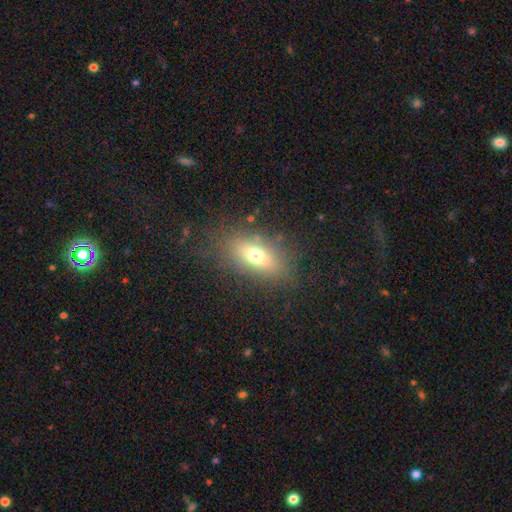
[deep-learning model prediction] Morphology: type=smooth (67%); roundness=in between (78%); merging=none (78%).